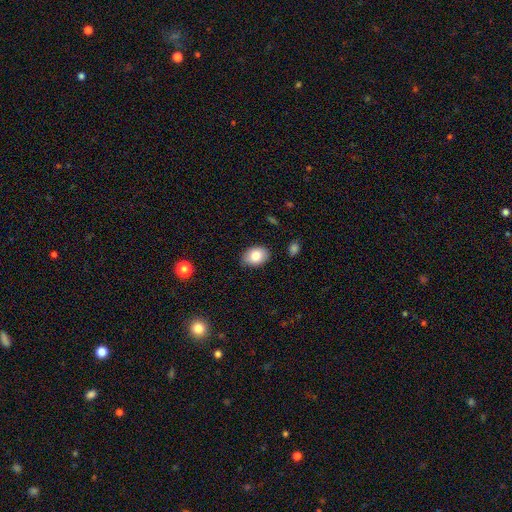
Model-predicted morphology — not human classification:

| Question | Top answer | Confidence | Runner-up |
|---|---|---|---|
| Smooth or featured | smooth | 84% | featured or disk (9%) |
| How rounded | in between | 81% | round (18%) |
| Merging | none | 83% | minor disturbance (13%) |